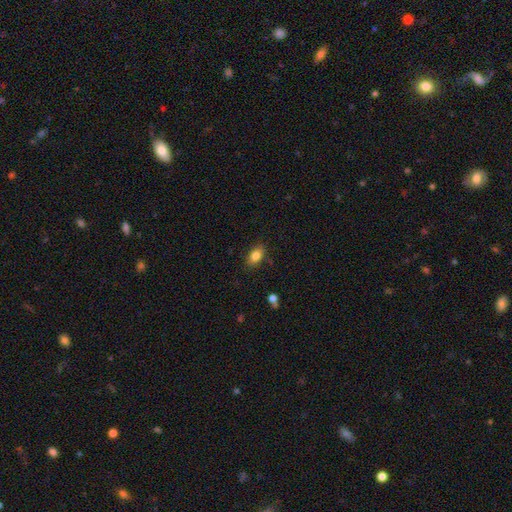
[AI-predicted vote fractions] Overall: smooth (84%). How rounded: in between (86%). Merging: none (83%).